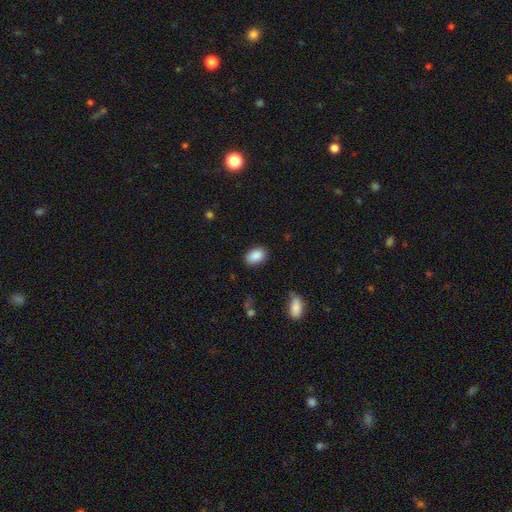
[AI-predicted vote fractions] A smooth galaxy with no disk features (89%) that is in between round and cigar-shaped (87%).

Vote fractions:
- Smooth or featured? smooth: 89% / star or artifact: 8% / featured or disk: 4%
- How rounded? in between: 87% / round: 11% / cigar-shaped: 1%
- Merging? none: 85% / minor disturbance: 11% / major disturbance: 3% / merger: 1%